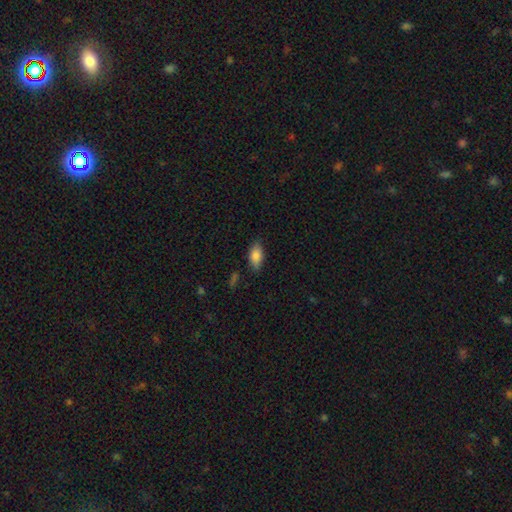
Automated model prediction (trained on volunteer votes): This is clearly a smooth galaxy (84%). How rounded: clearly in between (89%). Merging: clearly none (81%).